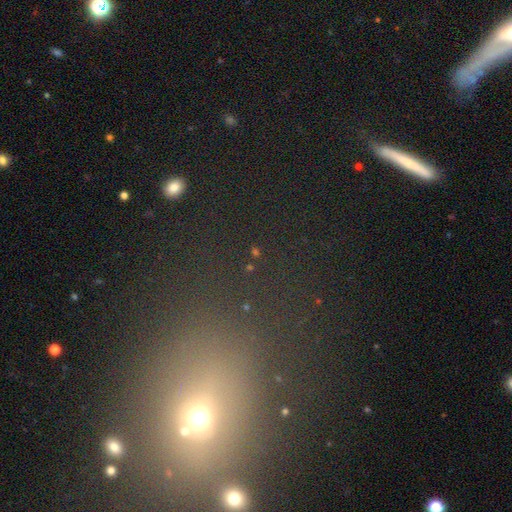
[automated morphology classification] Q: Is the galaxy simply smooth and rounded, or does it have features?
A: star or artifact — 44%.